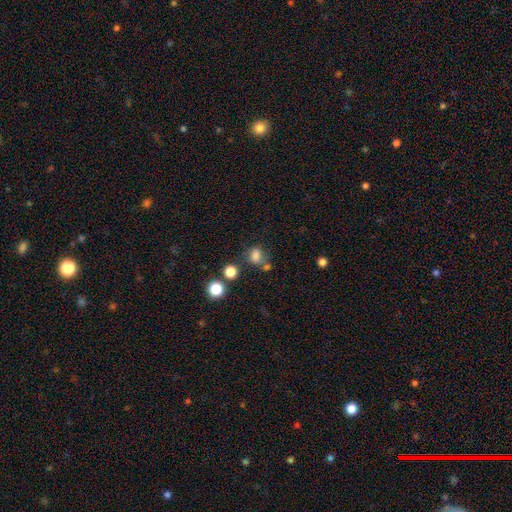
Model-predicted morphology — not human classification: type=smooth (77%); roundness=round (55%); merging=none (58%).